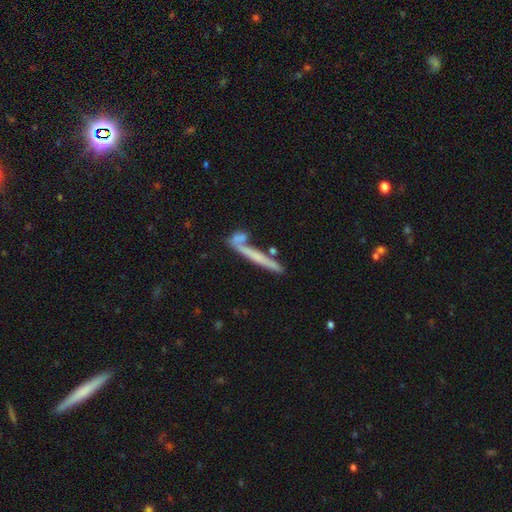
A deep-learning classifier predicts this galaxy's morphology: Overall: featured or disk (49%; smooth 42%). Merging: none (59%; merger 23%).